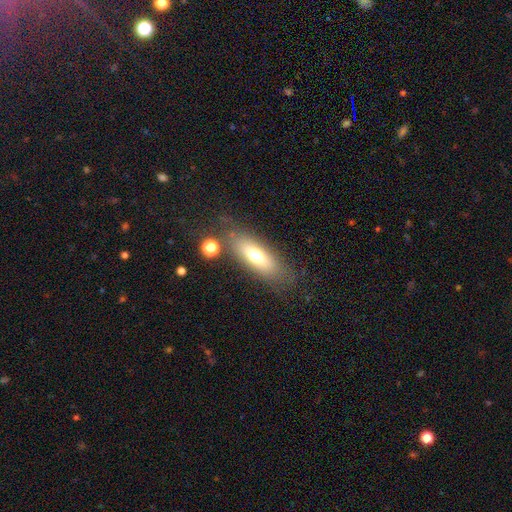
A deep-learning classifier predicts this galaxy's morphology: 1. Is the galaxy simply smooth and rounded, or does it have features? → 66% smooth, 25% featured or disk, 10% star or artifact.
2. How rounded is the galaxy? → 66% in between, 30% cigar-shaped, 4% round.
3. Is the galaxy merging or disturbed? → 74% none, 14% minor disturbance, 7% major disturbance, 5% merger.